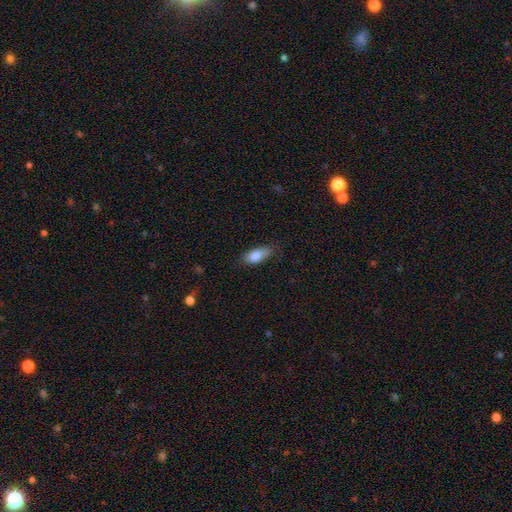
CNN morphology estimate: A smooth galaxy with no disk features (84%) that is in between round and cigar-shaped (83%). Merging: none (71%).